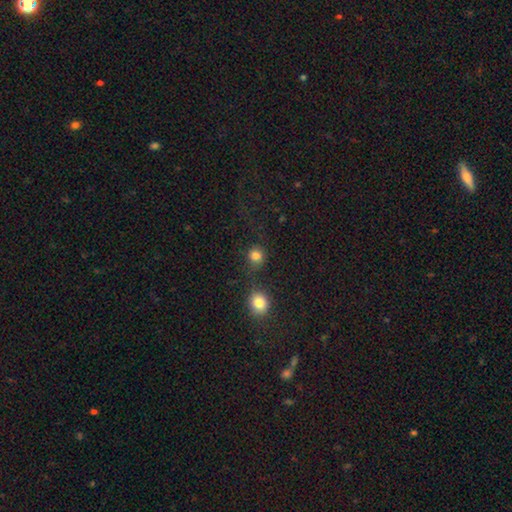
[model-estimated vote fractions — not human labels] Smooth or featured: smooth — 82% (star or artifact — 13%)
How rounded: round — 87% (in between — 12%)
Merging: none — 72% (merger — 12%)